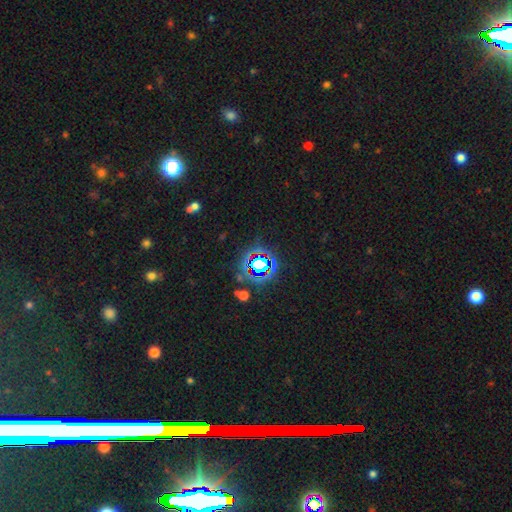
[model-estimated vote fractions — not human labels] Morphology: type=star or artifact (78%).